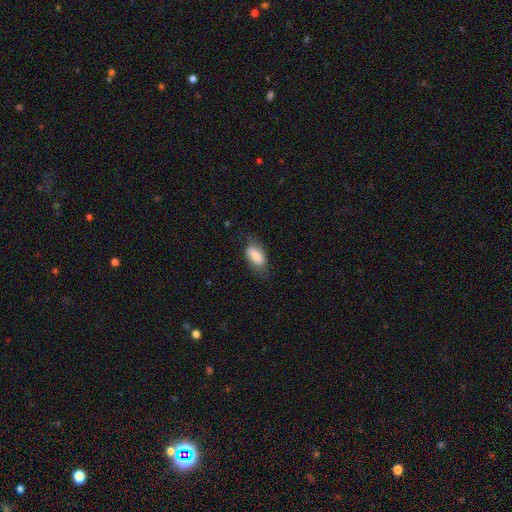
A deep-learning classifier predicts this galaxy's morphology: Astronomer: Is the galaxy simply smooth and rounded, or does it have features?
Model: smooth — 78%.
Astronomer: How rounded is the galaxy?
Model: in between — 89%.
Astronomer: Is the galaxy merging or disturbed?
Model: none — 65%.